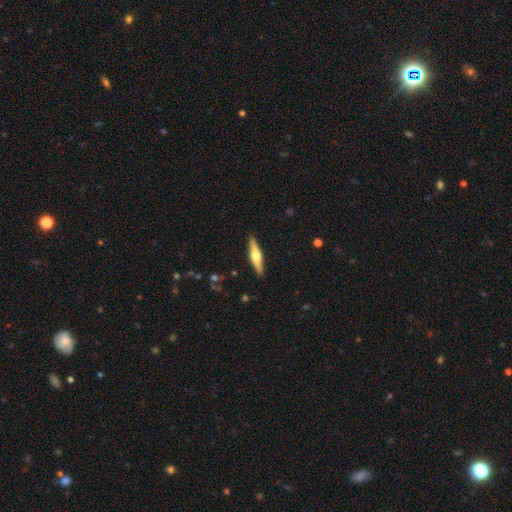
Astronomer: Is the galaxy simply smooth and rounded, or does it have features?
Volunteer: featured or disk — 59% (runner-up: smooth, 35%).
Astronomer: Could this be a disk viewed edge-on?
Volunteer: yes — 95%.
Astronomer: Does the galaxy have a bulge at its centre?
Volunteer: rounded — 90%.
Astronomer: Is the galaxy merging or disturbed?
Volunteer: none — 80%.